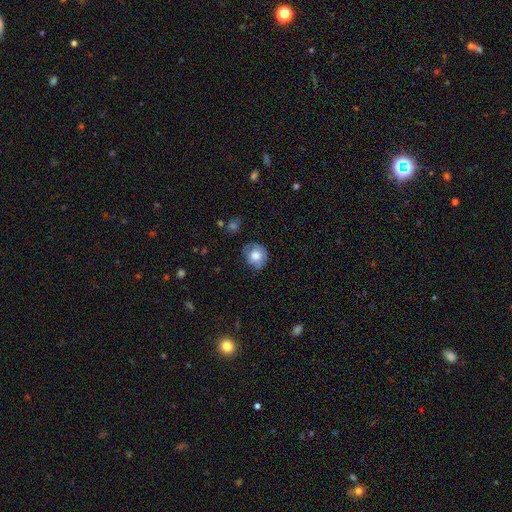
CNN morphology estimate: A smooth galaxy with no disk features (70%) that is round (82%). Merging: none (70%).